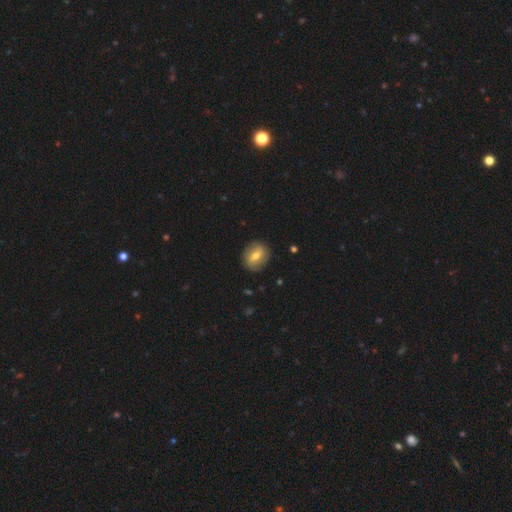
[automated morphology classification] smooth 50%, featured or disk 42%, star or artifact 8%. Down the decision tree: merging — none (86%).